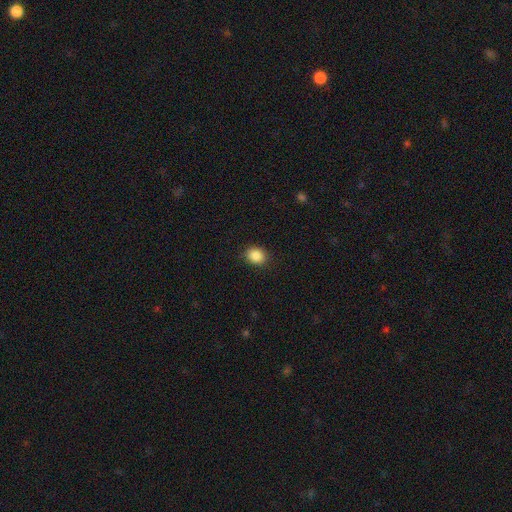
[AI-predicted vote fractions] Smooth or featured? smooth (88%)
How rounded? round (60%)
Merging? none (88%)